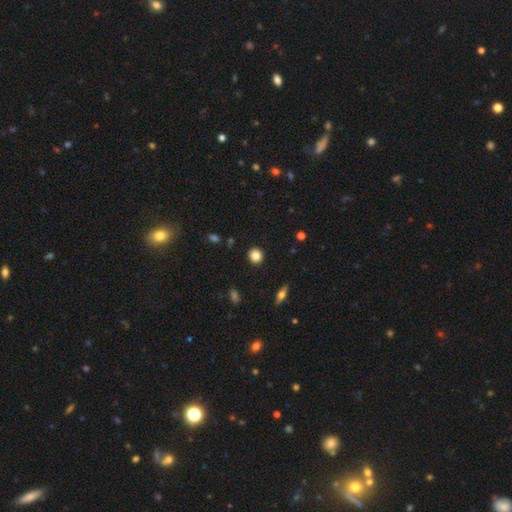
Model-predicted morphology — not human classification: smooth-or-featured: smooth: 84% | star or artifact: 10% | featured or disk: 6%
  how-rounded: round: 91% | in between: 8% | cigar-shaped: 1%
  merging: none: 92% | minor disturbance: 6% | major disturbance: 2% | merger: 1%